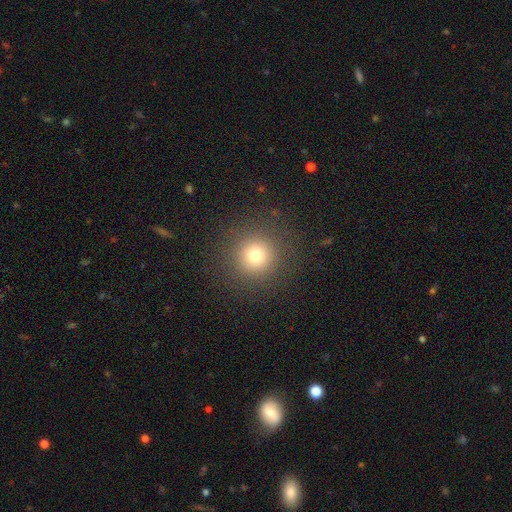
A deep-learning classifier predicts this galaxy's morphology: This appears to be a smooth galaxy with no disk features (75%) that is round (95%). Merging: none (89%).